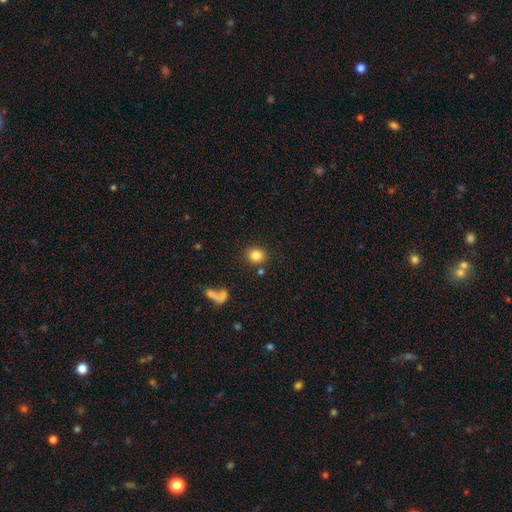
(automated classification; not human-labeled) This is clearly a smooth galaxy (83%). How rounded: clearly round (82%). Merging: clearly none (85%).